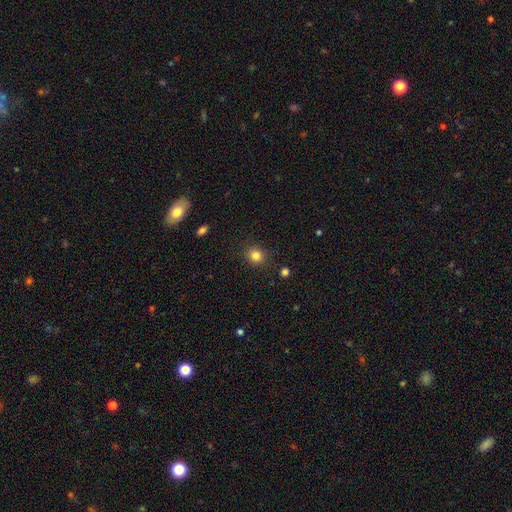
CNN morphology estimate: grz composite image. It shows a smooth galaxy with no disk features (83%) that is round (84%). Merging: none (88%).